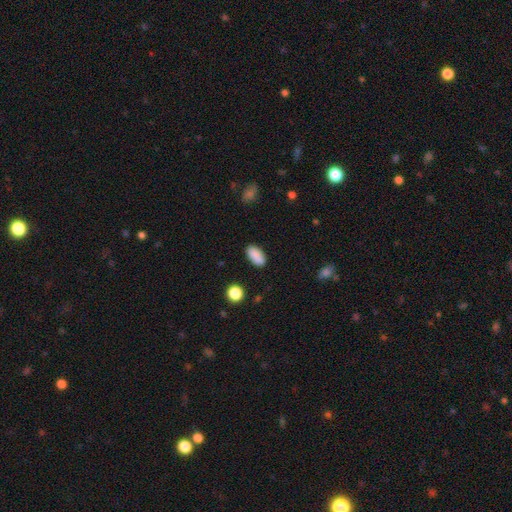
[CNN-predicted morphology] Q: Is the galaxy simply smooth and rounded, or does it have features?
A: smooth — 88%.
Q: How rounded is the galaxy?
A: in between — 91%.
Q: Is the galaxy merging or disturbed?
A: none — 85%.